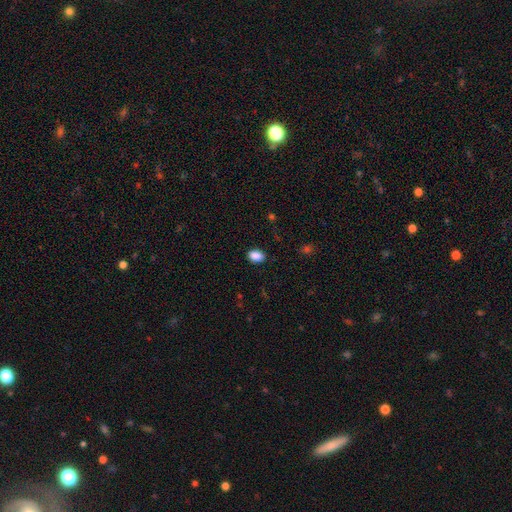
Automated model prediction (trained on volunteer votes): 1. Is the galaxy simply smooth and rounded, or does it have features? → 89% smooth, 9% star or artifact, 3% featured or disk.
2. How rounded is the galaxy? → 80% in between, 19% round, 1% cigar-shaped.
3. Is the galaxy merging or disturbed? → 87% none, 10% minor disturbance, 2% major disturbance, 1% merger.